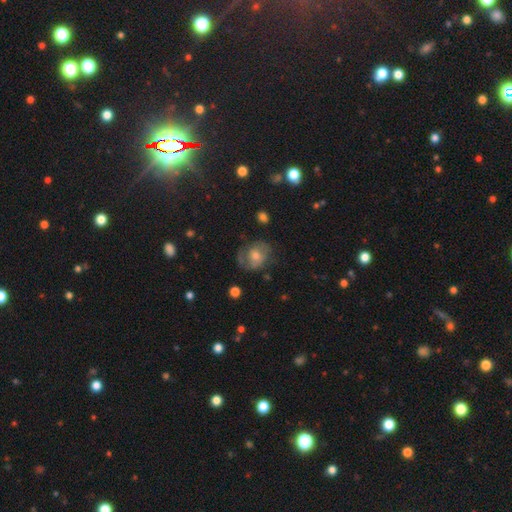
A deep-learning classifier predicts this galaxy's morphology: smooth_or_featured: smooth (p=0.48) [alt: featured or disk p=0.43]
merging: none (p=0.56) [alt: minor disturbance p=0.25]